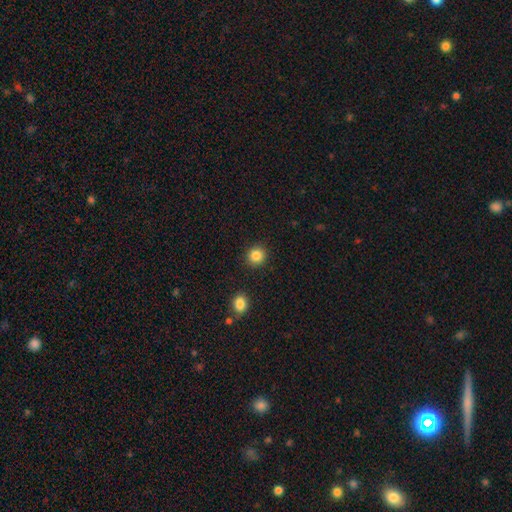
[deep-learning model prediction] Morphology: type=smooth (86%); roundness=round (89%); merging=none (90%).